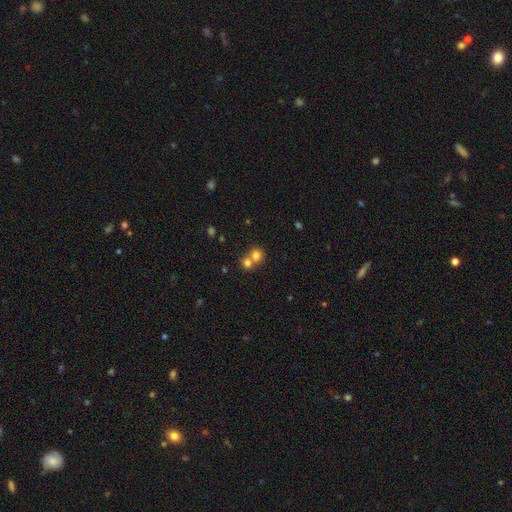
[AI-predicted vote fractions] This is likely a smooth galaxy (75%). How rounded: clearly round (83%). Merging: possibly merger (56%).